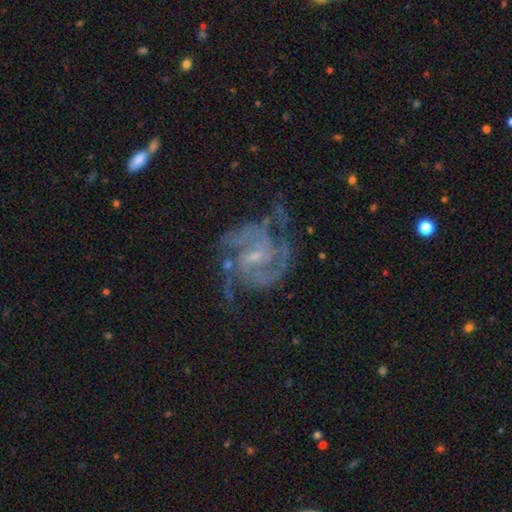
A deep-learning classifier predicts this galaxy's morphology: A featured or disk galaxy (89%) with a weak bar (49%), 2 (43%) medium (51%) spiral arms (97%) and a small central bulge (67%).

Vote fractions:
- Smooth or featured? featured or disk: 89% / star or artifact: 6% / smooth: 4%
- Edge-on disk? no: 98% / yes: 2%
- Bar? weak: 49% / no: 39% / strong: 13%
- Spiral arms? yes: 97% / no: 3%
- Spiral winding? medium: 51% / tight: 39% / loose: 10%
- Spiral arm count? 2: 43% / 3: 27% / can't tell: 12% / 4: 8% / 1: 5% / more than 4: 5%
- Bulge size? small: 67% / moderate: 22% / none: 9% / large: 1% / dominant: 1%
- Merging? none: 65% / minor disturbance: 18% / major disturbance: 14% / merger: 2%